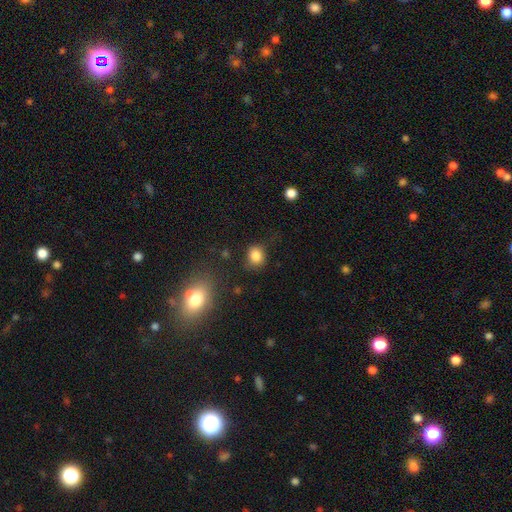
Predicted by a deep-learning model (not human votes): smooth-or-featured: smooth: 84% | star or artifact: 11% | featured or disk: 5%
  how-rounded: round: 69% | in between: 30% | cigar-shaped: 1%
  merging: none: 75% | minor disturbance: 16% | major disturbance: 6% | merger: 3%